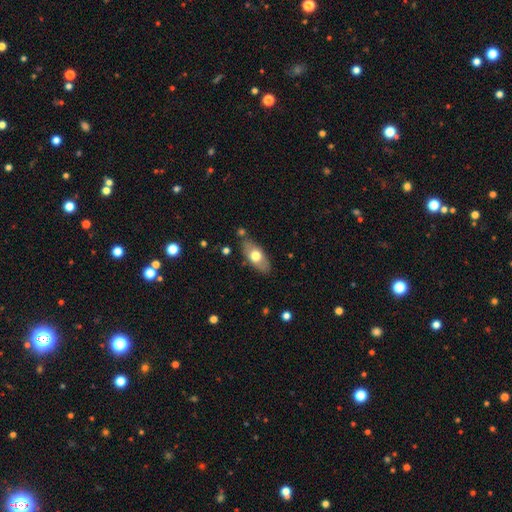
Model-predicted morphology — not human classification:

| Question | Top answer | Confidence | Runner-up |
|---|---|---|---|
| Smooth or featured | smooth | 61% | featured or disk (33%) |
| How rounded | in between | 85% | cigar-shaped (11%) |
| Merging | none | 79% | minor disturbance (14%) |